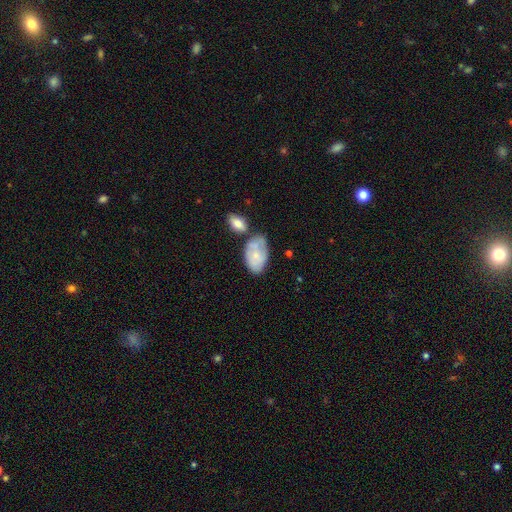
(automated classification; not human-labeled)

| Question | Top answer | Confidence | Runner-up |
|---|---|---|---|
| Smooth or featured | smooth | 61% | featured or disk (33%) |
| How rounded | in between | 93% | round (6%) |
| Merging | none | 43% | minor disturbance (26%) |